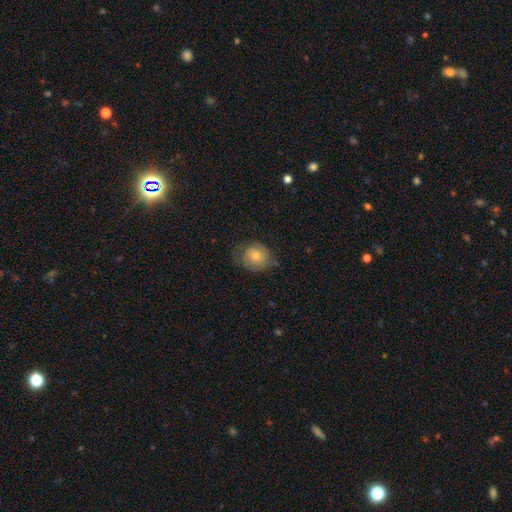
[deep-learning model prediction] smooth 56%, featured or disk 33%, star or artifact 11%. Down the decision tree: how rounded — round (71%); merging — none (62%).